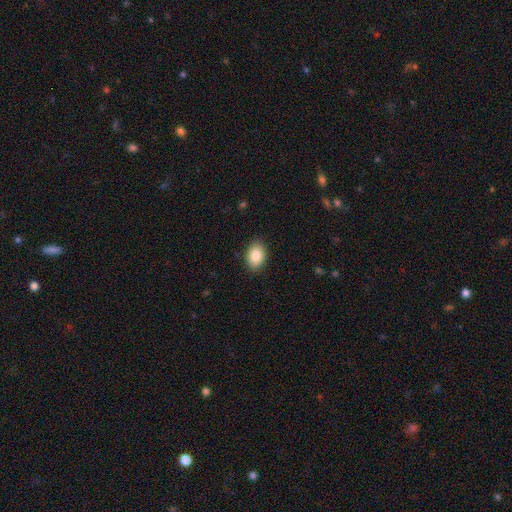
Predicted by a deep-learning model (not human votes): Q: Smooth or featured?
A: smooth (86%); runner-up: star or artifact (7%)
Q: How rounded?
A: in between (86%); runner-up: round (13%)
Q: Merging?
A: none (87%); runner-up: minor disturbance (10%)